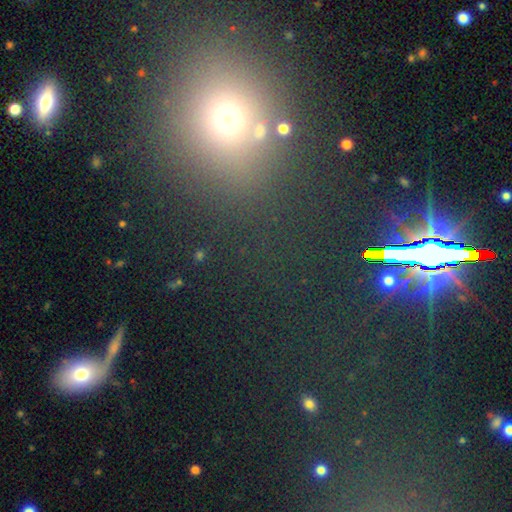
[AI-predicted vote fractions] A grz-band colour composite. It shows a star or artifact, not a galaxy (55%).